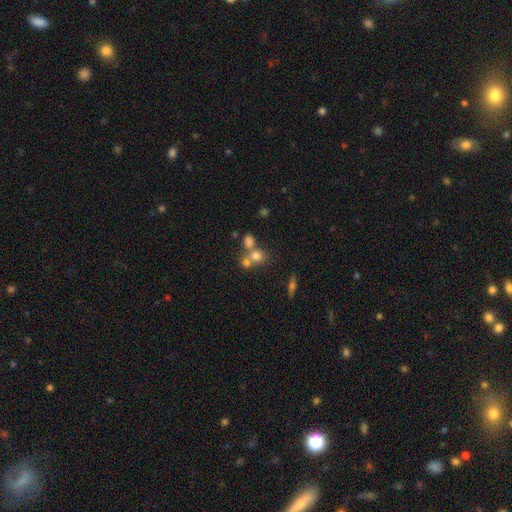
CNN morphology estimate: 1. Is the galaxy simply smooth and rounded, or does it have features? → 70% smooth, 15% featured or disk, 15% star or artifact.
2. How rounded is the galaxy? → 75% round, 24% in between, 2% cigar-shaped.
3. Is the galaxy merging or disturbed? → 46% merger, 42% none, 8% minor disturbance, 4% major disturbance.